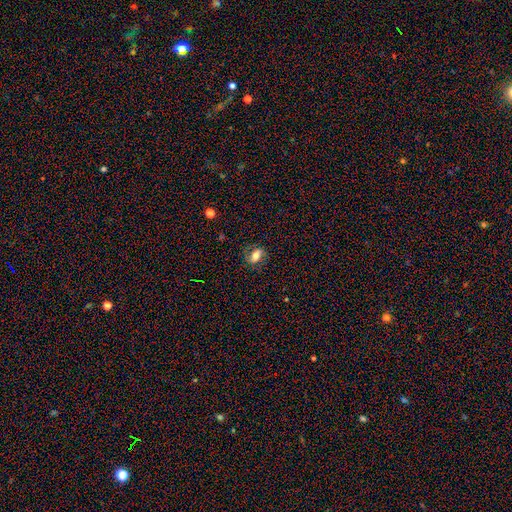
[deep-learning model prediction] Smooth or featured: smooth — 48% (featured or disk — 42%)
Merging: none — 75% (minor disturbance — 16%)